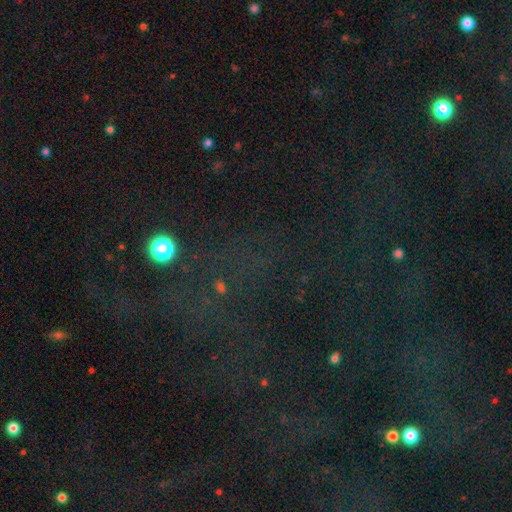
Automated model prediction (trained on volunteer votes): smooth-or-featured: star or artifact: 74% | smooth: 16% | featured or disk: 10%